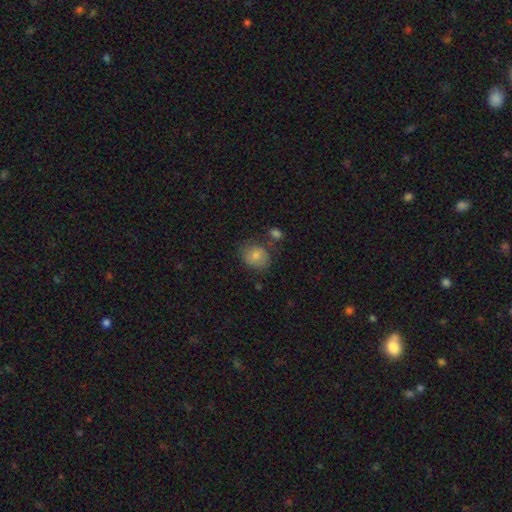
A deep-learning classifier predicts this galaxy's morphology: A smooth galaxy with no disk features (79%) that is round (59%). Merging: none (67%).